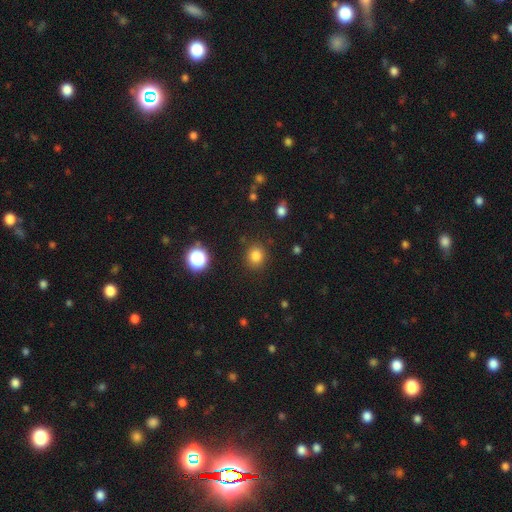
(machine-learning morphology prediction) A smooth galaxy with no disk features (82%) that is round (82%).

Vote fractions:
- Smooth or featured? smooth: 82% / star or artifact: 14% / featured or disk: 5%
- How rounded? round: 82% / in between: 17% / cigar-shaped: 1%
- Merging? none: 87% / minor disturbance: 8% / major disturbance: 3% / merger: 2%